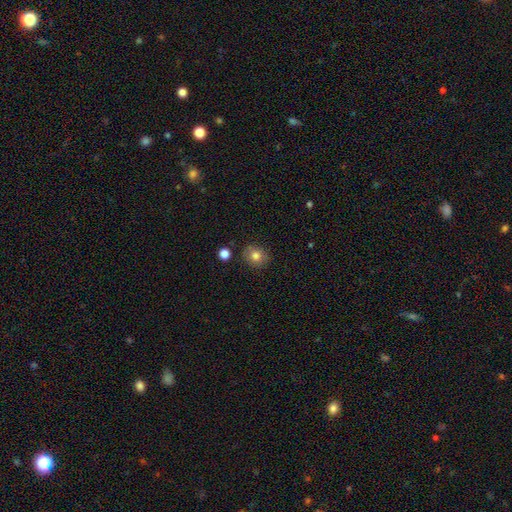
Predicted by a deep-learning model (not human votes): smooth_or_featured: smooth (p=0.81) [alt: star or artifact p=0.11]
how_rounded: round (p=0.78) [alt: in between p=0.21]
merging: none (p=0.87) [alt: minor disturbance p=0.09]